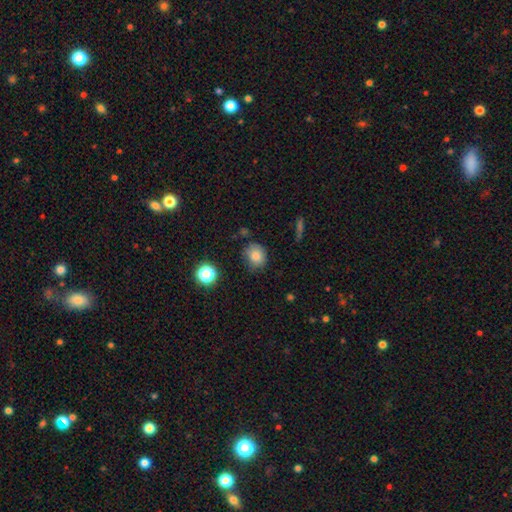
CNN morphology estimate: The model was most divided on "how rounded": round: 67%, in between: 32%, cigar-shaped: 1%. More confident: smooth or featured — smooth (81%); merging — none (72%).